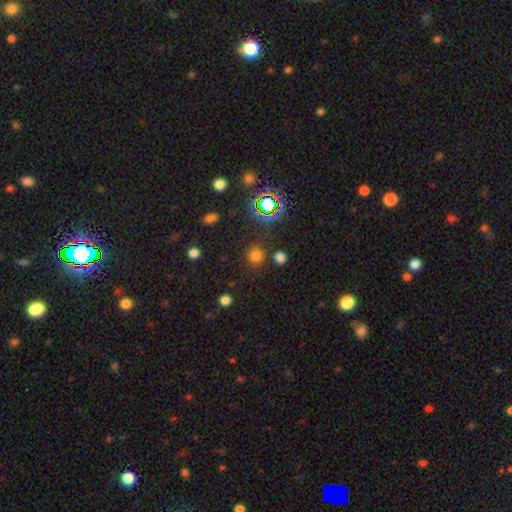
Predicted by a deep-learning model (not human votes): Overall: smooth (67%). How rounded: round (85%). Merging: none (80%).